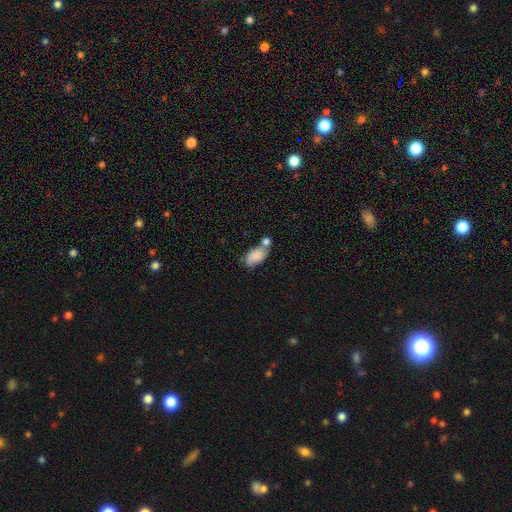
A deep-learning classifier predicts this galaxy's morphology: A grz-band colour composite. It shows a smooth galaxy with no disk features (76%) that is in between round and cigar-shaped (90%). Merging: none (37%).